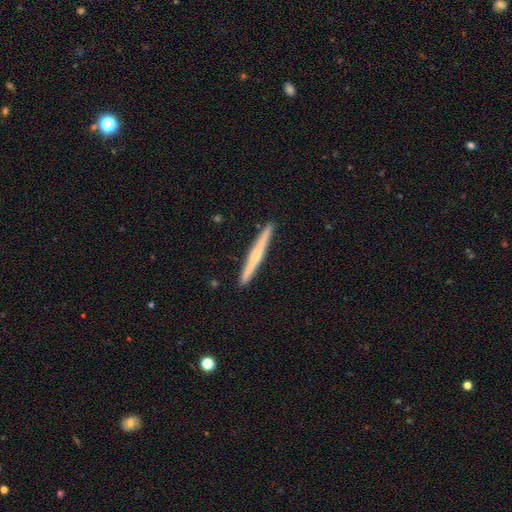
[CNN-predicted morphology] smooth-or-featured: featured or disk: 57% | smooth: 37% | star or artifact: 5%
  disk-edge-on: yes: 98% | no: 2%
    edge-on-bulge: rounded: 50% | none: 41% | boxy: 8%
  merging: none: 93% | minor disturbance: 5% | major disturbance: 1% | merger: 1%